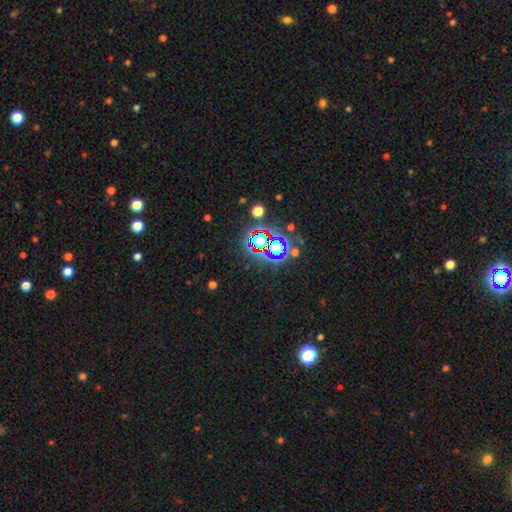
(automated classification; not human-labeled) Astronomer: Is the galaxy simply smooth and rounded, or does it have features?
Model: star or artifact — 81%.